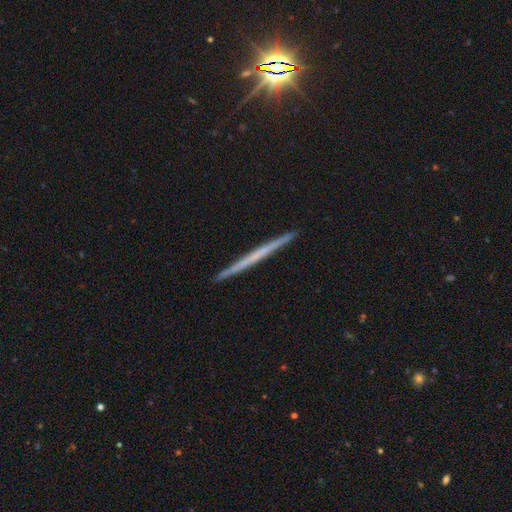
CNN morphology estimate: Smooth or featured?
  - featured or disk: 58% *
  - smooth: 35%
  - star or artifact: 7%
Edge-on disk?
  - yes: 98% *
  - no: 2%
Edge-on bulge?
  - none: 89% *
  - rounded: 8%
  - boxy: 3%
Merging?
  - none: 92% *
  - minor disturbance: 6%
  - major disturbance: 1%
  - merger: 1%